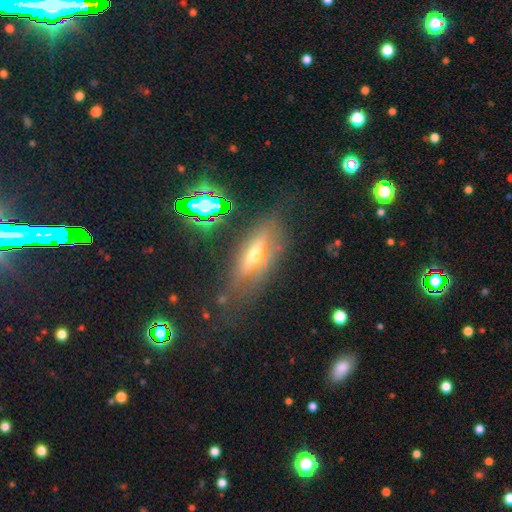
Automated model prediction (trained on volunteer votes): Smooth or featured?
  - featured or disk: 50% *
  - smooth: 37%
  - star or artifact: 14%
Merging?
  - none: 67% *
  - minor disturbance: 19%
  - major disturbance: 11%
  - merger: 3%